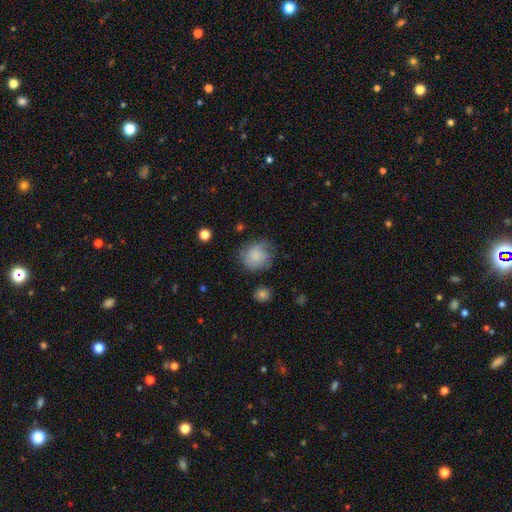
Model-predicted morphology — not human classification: Overall: smooth (67%). How rounded: round (76%). Merging: none (61%; minor disturbance 25%).